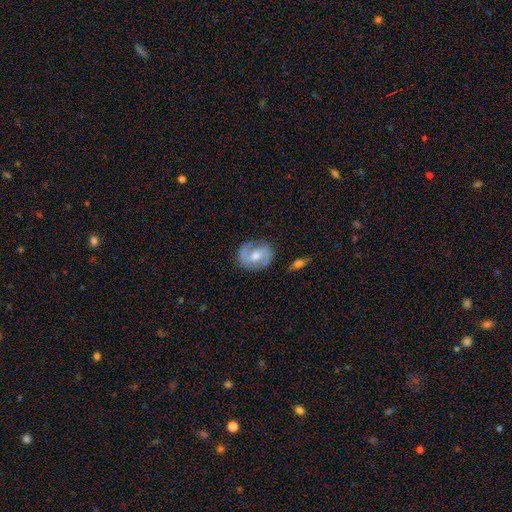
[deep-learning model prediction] This appears to be a featured or disk galaxy (70%) with a weak bar (45%), 2 (72%) medium (45%) spiral arms (87%) and a moderate central bulge (68%). Merging: none (73%).